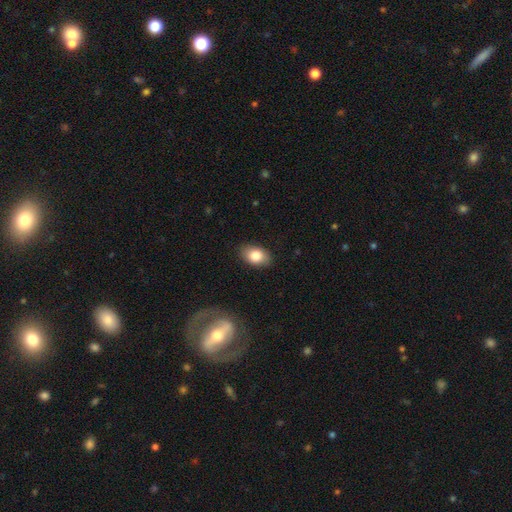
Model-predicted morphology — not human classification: Smooth or featured: smooth — 82% (featured or disk — 10%)
How rounded: in between — 86% (round — 13%)
Merging: none — 86% (minor disturbance — 10%)